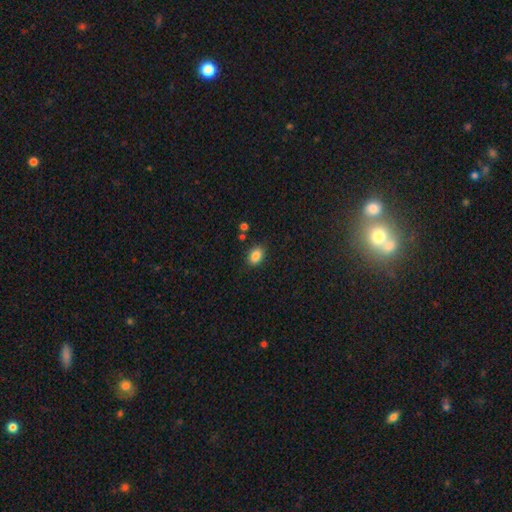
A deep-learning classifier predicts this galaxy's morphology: Smooth or featured? Predicted: smooth (p=0.85). How rounded? Predicted: in between (p=0.76). Merging? Predicted: none (p=0.85).